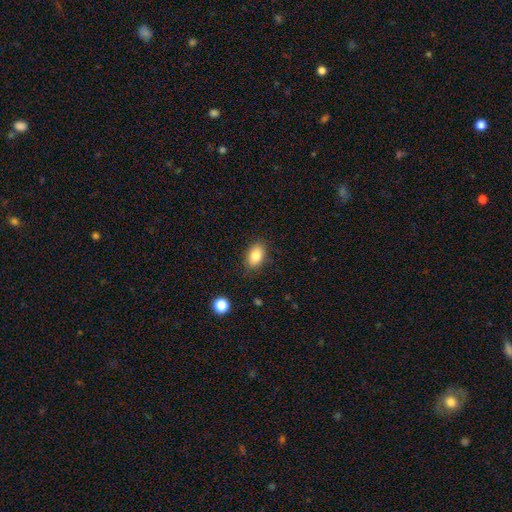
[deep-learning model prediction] smooth_or_featured: smooth (p=0.84) [alt: star or artifact p=0.08]
how_rounded: in between (p=0.87) [alt: round p=0.11]
merging: none (p=0.85) [alt: minor disturbance p=0.11]